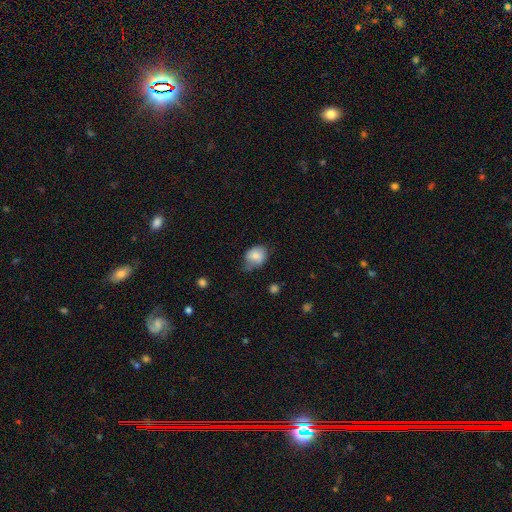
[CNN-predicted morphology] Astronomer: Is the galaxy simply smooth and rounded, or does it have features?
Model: smooth — 80%.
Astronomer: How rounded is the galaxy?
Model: round — 51% (runner-up: in between, 48%).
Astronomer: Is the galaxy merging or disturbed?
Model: none — 49% (runner-up: minor disturbance, 37%).